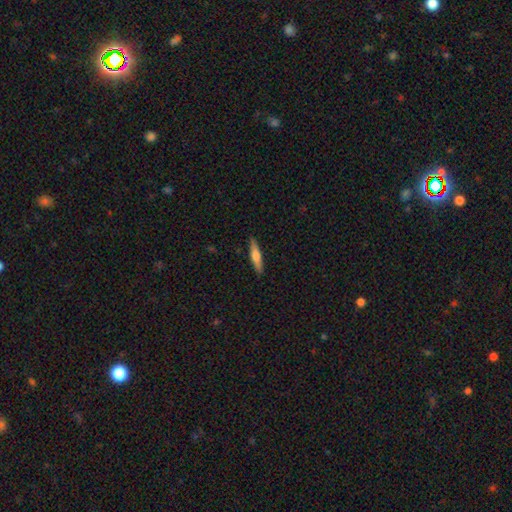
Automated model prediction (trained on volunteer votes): Overall: smooth (58%; featured or disk 36%). How rounded: cigar-shaped (84%). Merging: none (89%).